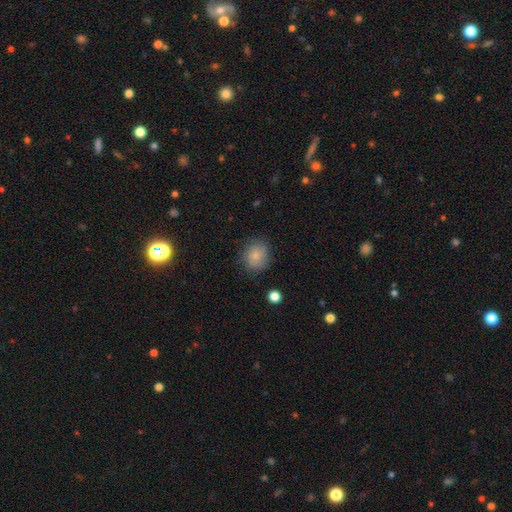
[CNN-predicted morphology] smooth_or_featured: smooth (p=0.80) [alt: featured or disk p=0.11]
how_rounded: round (p=0.67) [alt: in between p=0.32]
merging: none (p=0.74) [alt: minor disturbance p=0.19]